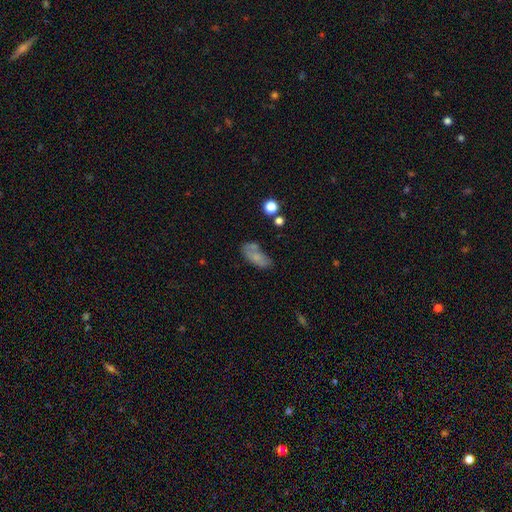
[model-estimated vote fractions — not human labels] Smooth or featured: smooth — 63% (featured or disk — 26%)
How rounded: in between — 85% (cigar-shaped — 10%)
Merging: none — 46% (minor disturbance — 27%)